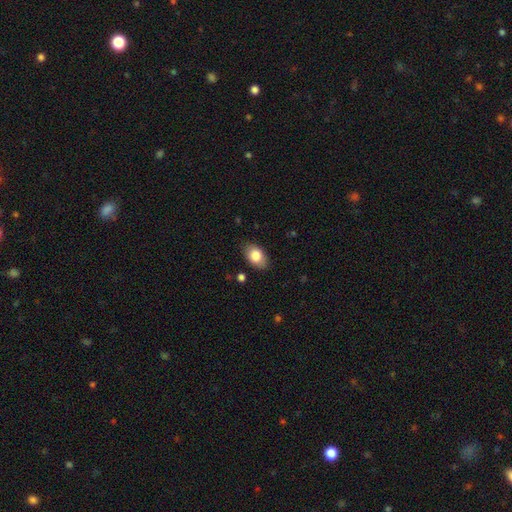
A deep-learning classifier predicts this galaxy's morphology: This appears to be a smooth galaxy with no disk features (83%) that is in between round and cigar-shaped (87%). Merging: none (83%).